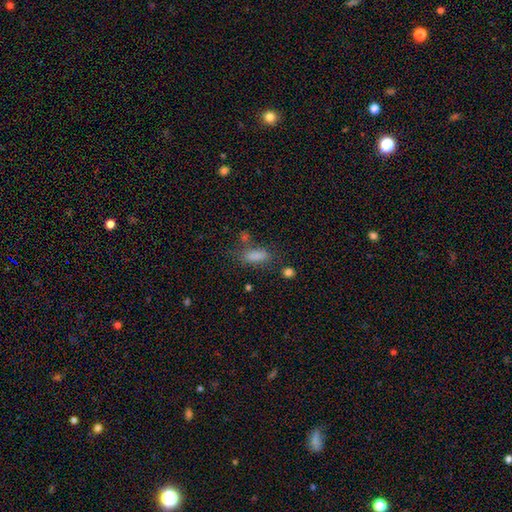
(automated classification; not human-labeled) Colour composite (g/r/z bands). It shows a smooth galaxy with no disk features (81%) that is in between round and cigar-shaped (75%). Merging: none (60%).